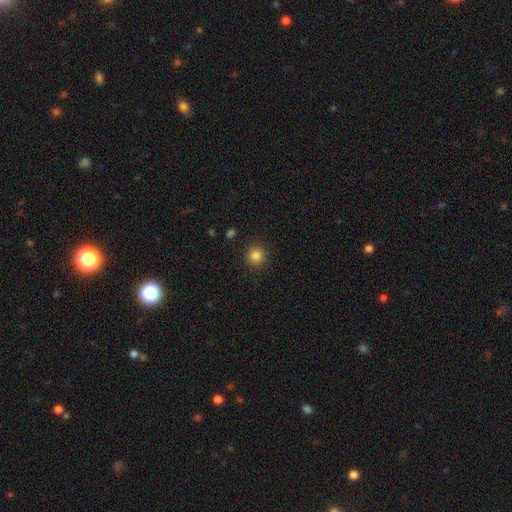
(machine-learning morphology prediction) Smooth or featured: smooth — 84% (star or artifact — 12%)
How rounded: round — 93% (in between — 6%)
Merging: none — 90% (minor disturbance — 6%)